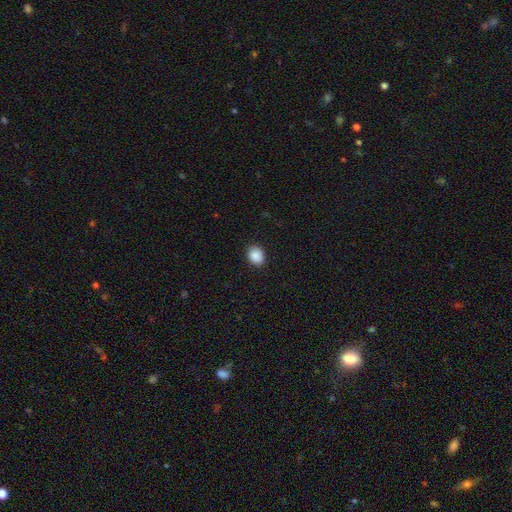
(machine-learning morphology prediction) Smooth or featured? Predicted: smooth (p=0.89). How rounded? Predicted: in between (p=0.51). Merging? Predicted: none (p=0.90).